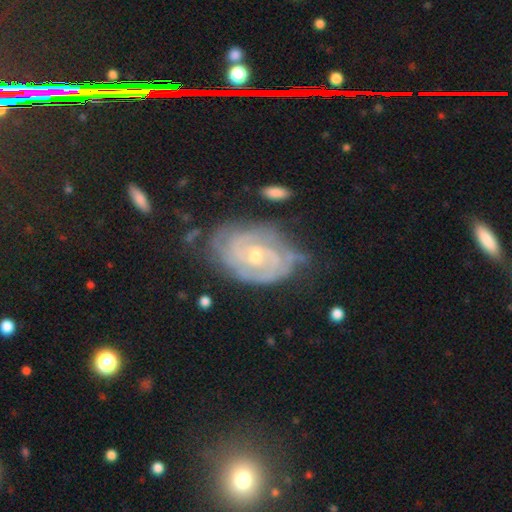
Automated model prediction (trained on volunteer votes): Smooth or featured? Predicted: featured or disk (p=0.88). Edge-on disk? Predicted: no (p=0.97). Bar? Predicted: no (p=0.67). Spiral arms? Predicted: yes (p=0.96). Spiral winding? Predicted: tight (p=0.77). Spiral arm count? Predicted: 2 (p=0.34). Bulge size? Predicted: small (p=0.55). Merging? Predicted: none (p=0.62).